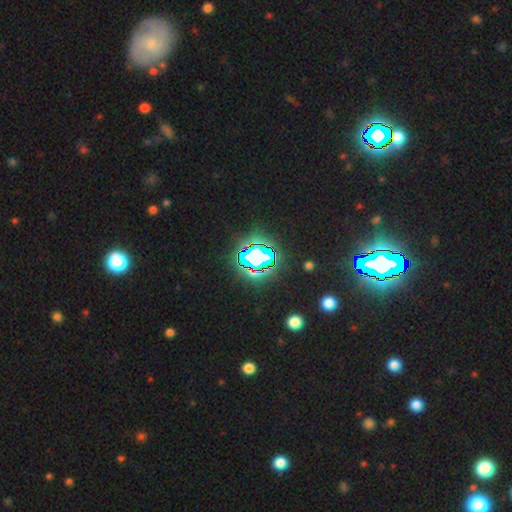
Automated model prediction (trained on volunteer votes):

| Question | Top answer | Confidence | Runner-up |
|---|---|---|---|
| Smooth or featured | star or artifact | 72% | smooth (14%) |